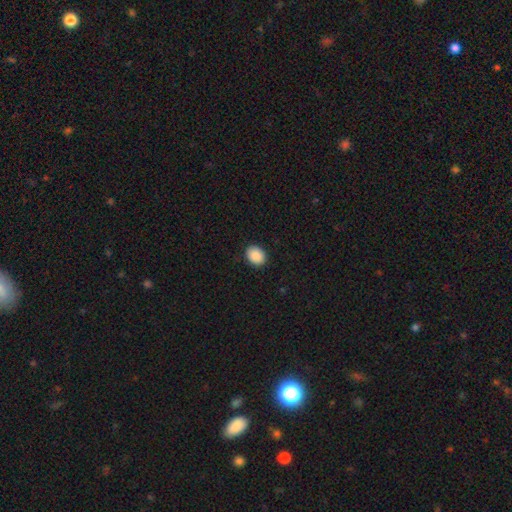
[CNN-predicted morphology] This is clearly a smooth galaxy (90%). How rounded: possibly in between (58%). Merging: clearly none (90%).